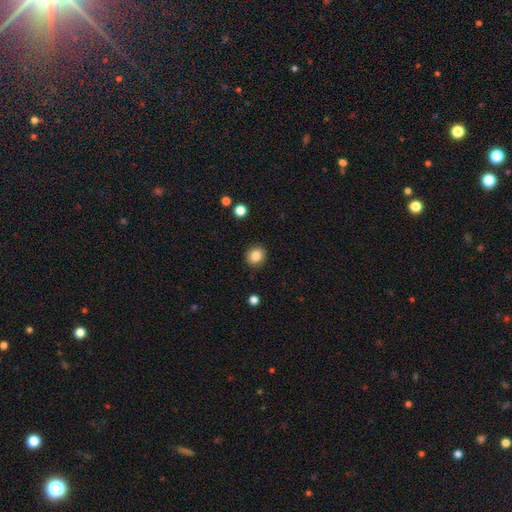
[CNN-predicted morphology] Smooth or featured?
  - smooth: 85% *
  - star or artifact: 10%
  - featured or disk: 5%
How rounded?
  - round: 77% *
  - in between: 22%
  - cigar-shaped: 1%
Merging?
  - none: 89% *
  - minor disturbance: 8%
  - major disturbance: 2%
  - merger: 1%